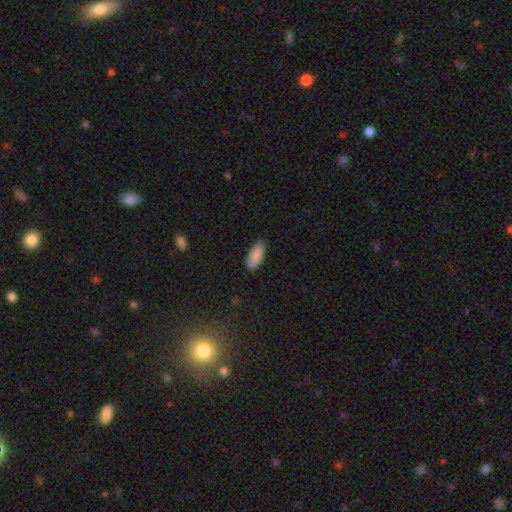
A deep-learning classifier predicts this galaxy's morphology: A smooth galaxy with no disk features (87%) that is in between round and cigar-shaped (88%).

Vote fractions:
- Smooth or featured? smooth: 87% / featured or disk: 7% / star or artifact: 6%
- How rounded? in between: 88% / cigar-shaped: 10% / round: 2%
- Merging? none: 81% / minor disturbance: 16% / major disturbance: 2% / merger: 1%